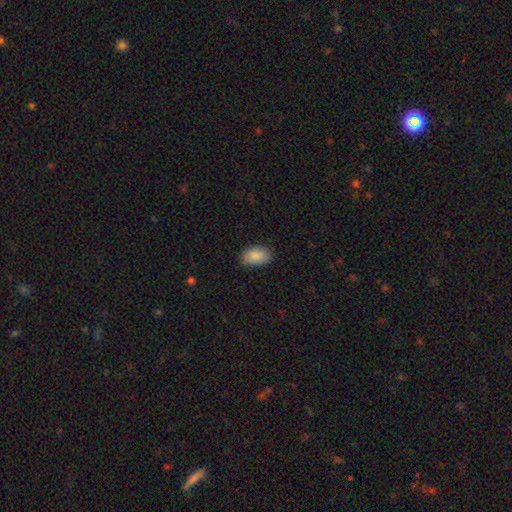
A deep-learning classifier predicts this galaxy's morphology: smooth 89%, star or artifact 7%, featured or disk 4%. Down the decision tree: how rounded — in between (92%); merging — none (80%).